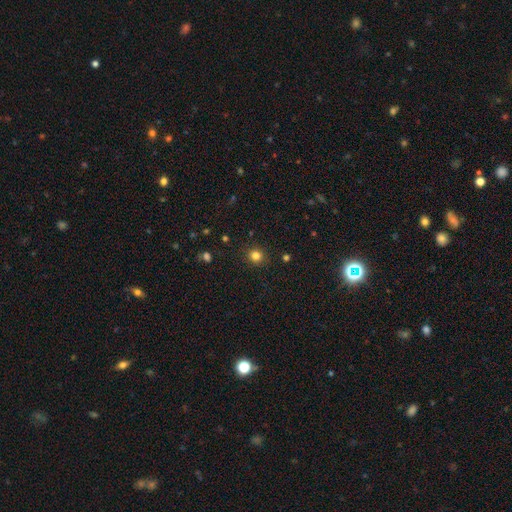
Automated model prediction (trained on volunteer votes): The model was most divided on "smooth or featured": smooth: 81%, star or artifact: 14%, featured or disk: 5%. More confident: merging — none (90%); how rounded — round (87%).